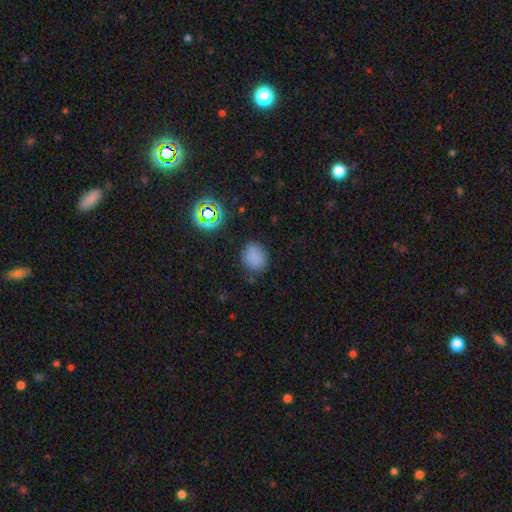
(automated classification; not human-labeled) smooth-or-featured: smooth: 76% | star or artifact: 18% | featured or disk: 6%
  how-rounded: round: 62% | in between: 37% | cigar-shaped: 1%
  merging: none: 79% | minor disturbance: 14% | major disturbance: 4% | merger: 2%